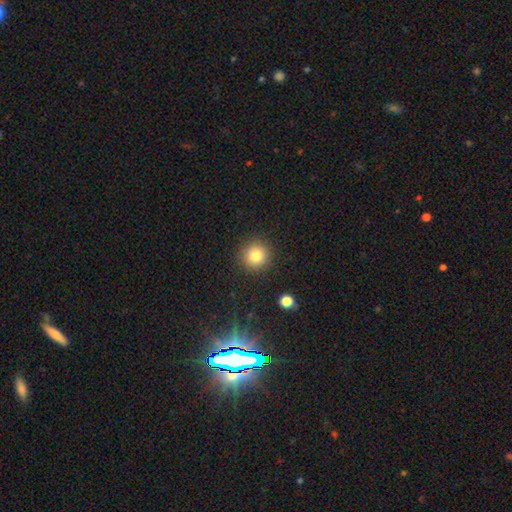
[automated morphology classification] Smooth or featured? Predicted: smooth (p=0.80). How rounded? Predicted: round (p=0.93). Merging? Predicted: none (p=0.90).